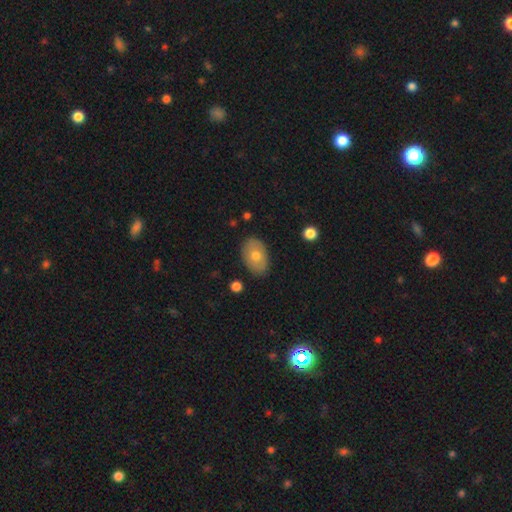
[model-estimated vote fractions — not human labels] smooth_or_featured: smooth (p=0.64) [alt: featured or disk p=0.29]
how_rounded: in between (p=0.87) [alt: round p=0.12]
merging: none (p=0.85) [alt: minor disturbance p=0.12]